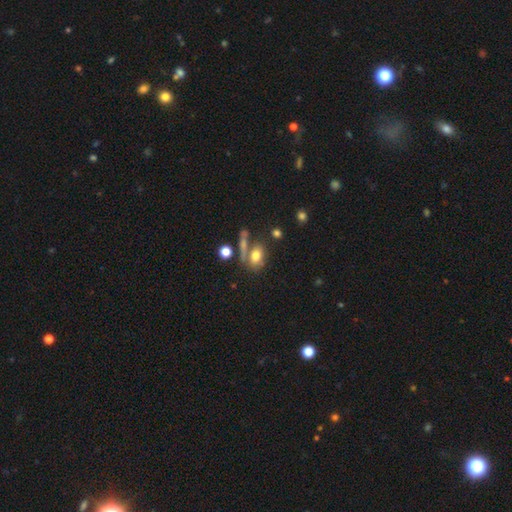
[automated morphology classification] smooth 72%, featured or disk 17%, star or artifact 11%. Down the decision tree: how rounded — in between (74%); merging — none (49%).